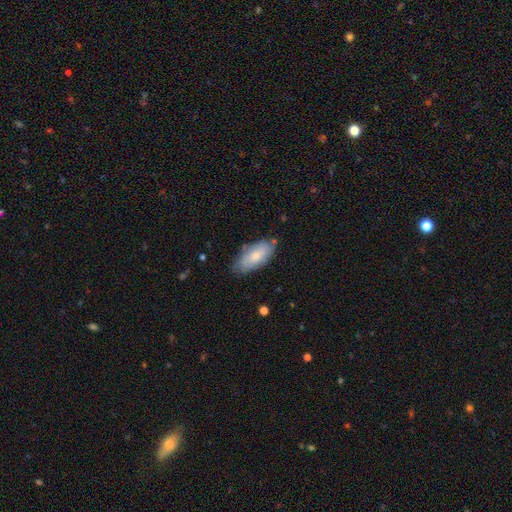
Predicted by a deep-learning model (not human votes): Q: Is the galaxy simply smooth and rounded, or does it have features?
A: smooth — 68%.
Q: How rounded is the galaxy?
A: in between — 90%.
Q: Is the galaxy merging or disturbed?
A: none — 71%.